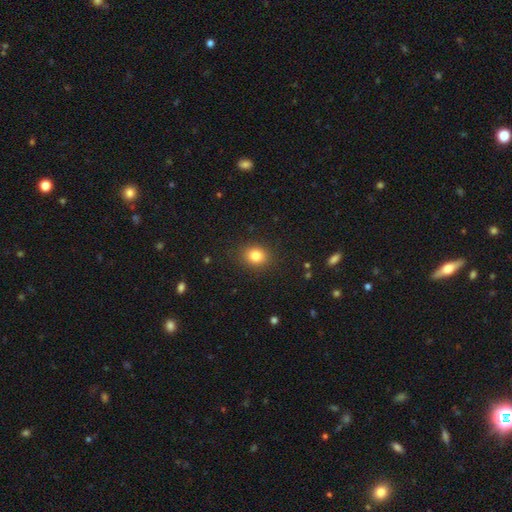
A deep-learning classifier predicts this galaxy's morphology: This appears to be a smooth galaxy with no disk features (83%) that is round (62%). Merging: none (88%).